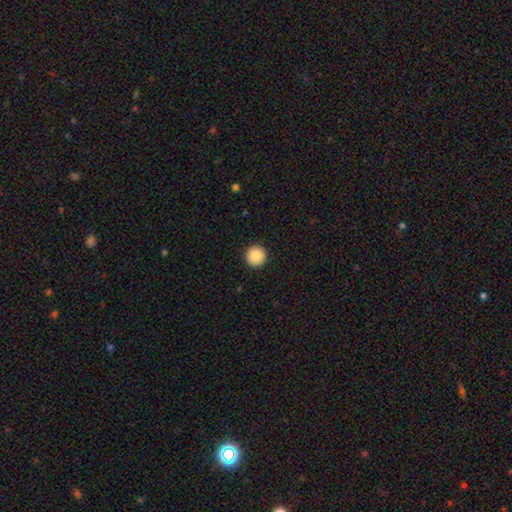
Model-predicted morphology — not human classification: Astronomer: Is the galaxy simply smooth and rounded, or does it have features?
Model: smooth — 89%.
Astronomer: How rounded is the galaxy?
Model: round — 95%.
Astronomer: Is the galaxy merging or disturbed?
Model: none — 93%.